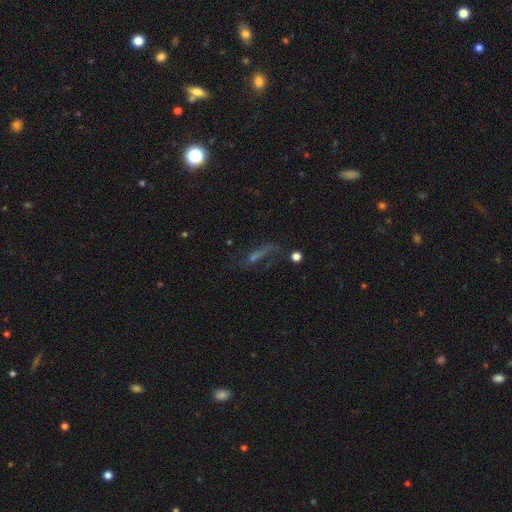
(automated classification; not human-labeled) Overall: featured or disk (38%; smooth 34%). Merging: none (50%; major disturbance 24%).